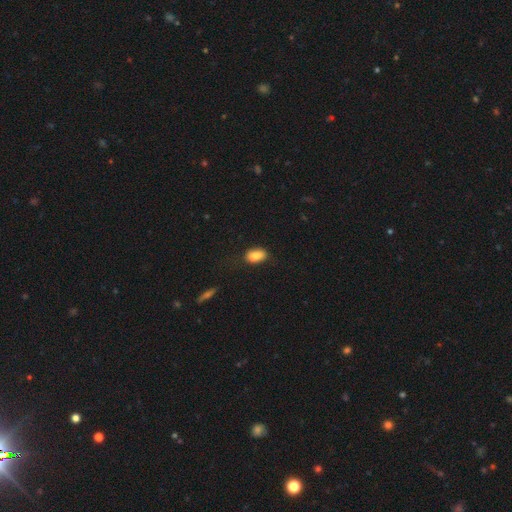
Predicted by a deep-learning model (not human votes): smooth-or-featured: smooth: 86% | star or artifact: 8% | featured or disk: 7%
  how-rounded: in between: 90% | round: 8% | cigar-shaped: 2%
  merging: none: 80% | minor disturbance: 15% | major disturbance: 4% | merger: 1%